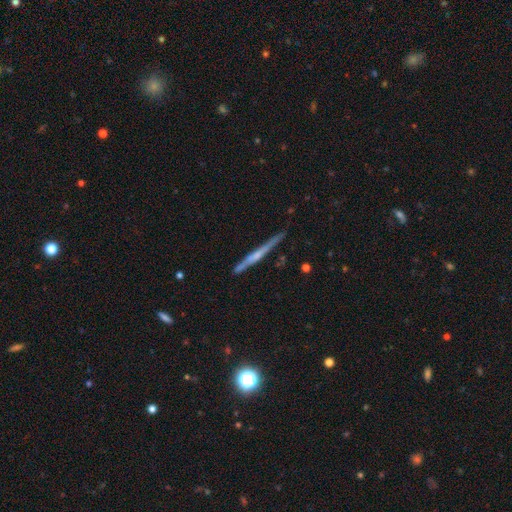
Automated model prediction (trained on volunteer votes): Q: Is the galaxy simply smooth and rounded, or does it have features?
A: featured or disk — 66%.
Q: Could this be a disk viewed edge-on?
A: yes — 97%.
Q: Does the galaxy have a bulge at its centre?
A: none — 46%.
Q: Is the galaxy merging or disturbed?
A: none — 85%.